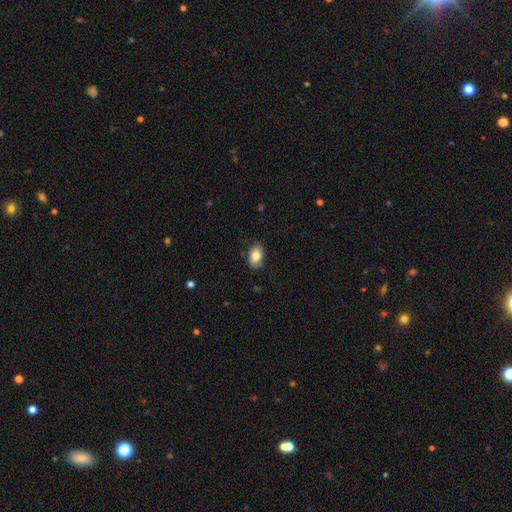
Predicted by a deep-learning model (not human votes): This is clearly a smooth galaxy (84%). How rounded: clearly in between (90%). Merging: clearly none (84%).